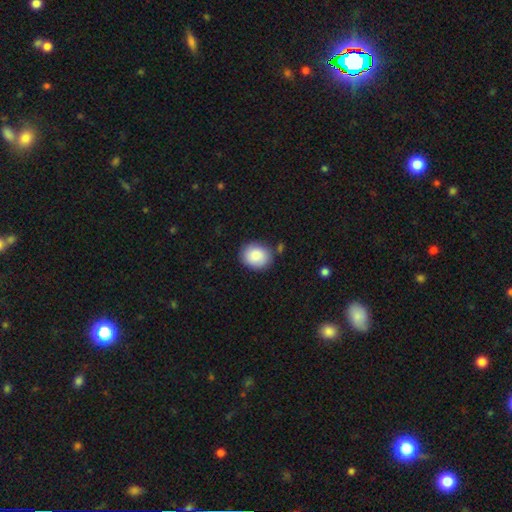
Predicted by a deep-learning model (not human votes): Morphology: type=smooth (86%); roundness=round (59%); merging=none (82%).